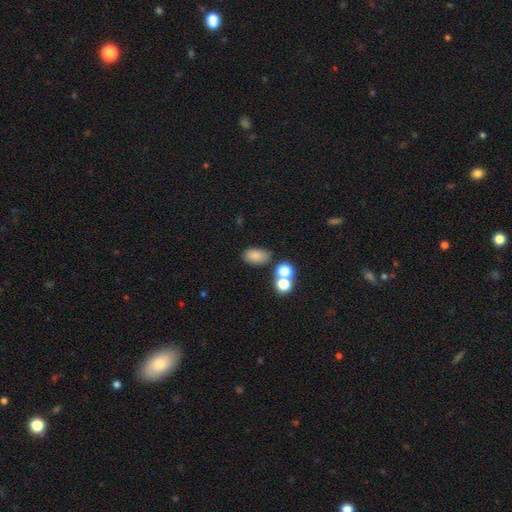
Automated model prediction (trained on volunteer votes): smooth_or_featured: smooth (p=0.81) [alt: star or artifact p=0.12]
how_rounded: in between (p=0.87) [alt: round p=0.11]
merging: none (p=0.71) [alt: merger p=0.13]